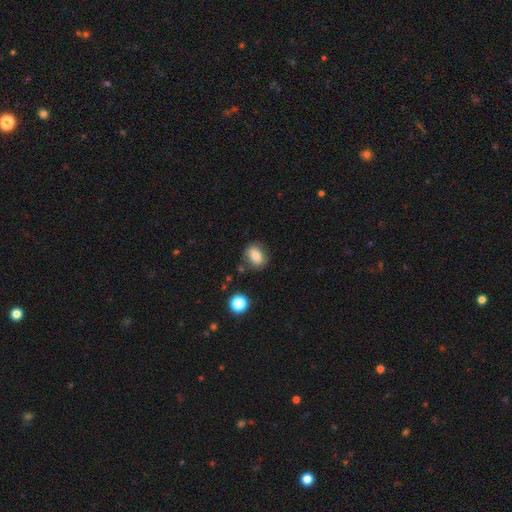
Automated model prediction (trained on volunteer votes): Smooth or featured: smooth — 77% (featured or disk — 13%)
How rounded: in between — 59% (round — 39%)
Merging: none — 78% (minor disturbance — 14%)